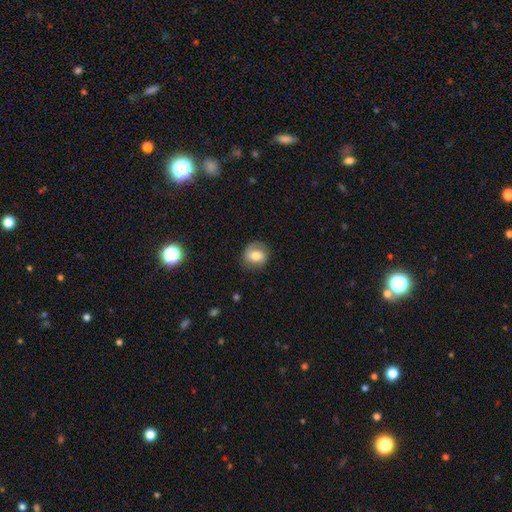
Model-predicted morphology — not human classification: Smooth or featured? smooth (46%)
Merging? none (75%)